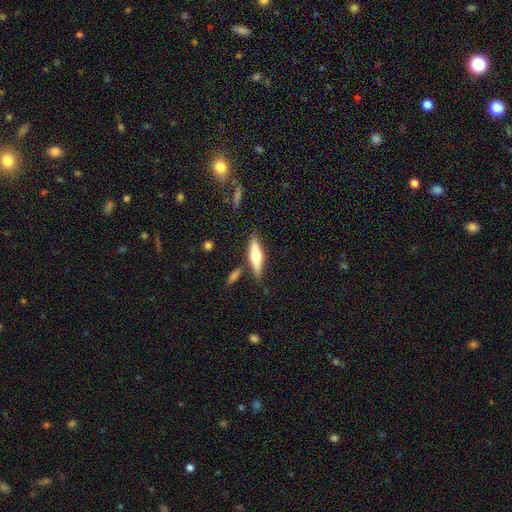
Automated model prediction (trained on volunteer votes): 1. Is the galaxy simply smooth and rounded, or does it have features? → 51% featured or disk, 43% smooth, 6% star or artifact.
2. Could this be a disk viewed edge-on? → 94% yes, 6% no.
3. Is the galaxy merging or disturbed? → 79% none, 11% minor disturbance, 7% merger, 3% major disturbance.